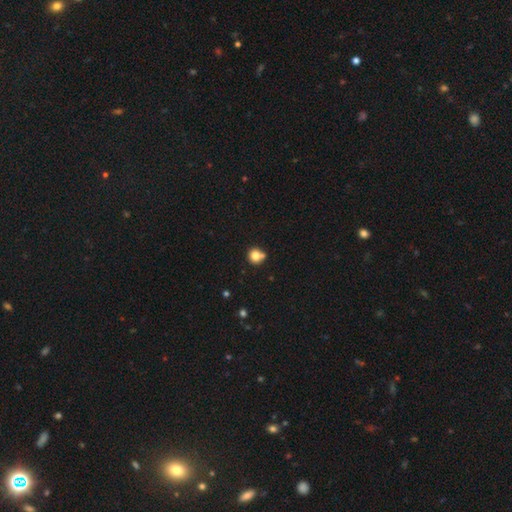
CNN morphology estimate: Smooth or featured? Predicted: smooth (p=0.81). How rounded? Predicted: round (p=0.89). Merging? Predicted: none (p=0.65).